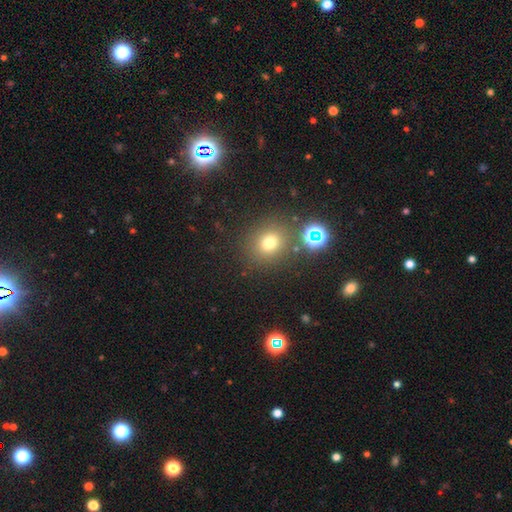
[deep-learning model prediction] The model was most divided on "smooth or featured": smooth: 54%, star or artifact: 38%, featured or disk: 8%. More confident: how rounded — round (85%); merging — none (82%).